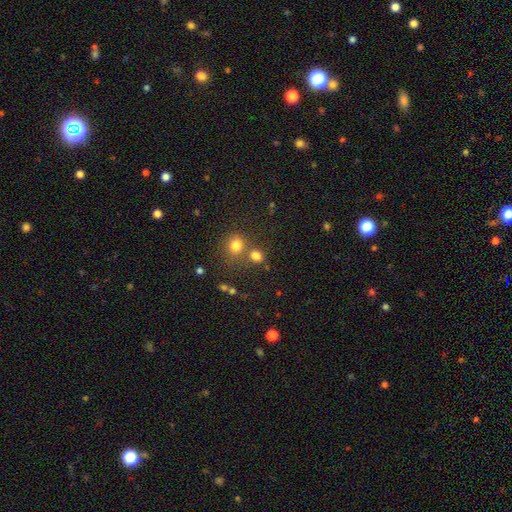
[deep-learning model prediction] Smooth or featured: smooth — 76% (star or artifact — 16%)
How rounded: round — 62% (in between — 37%)
Merging: none — 55% (merger — 30%)